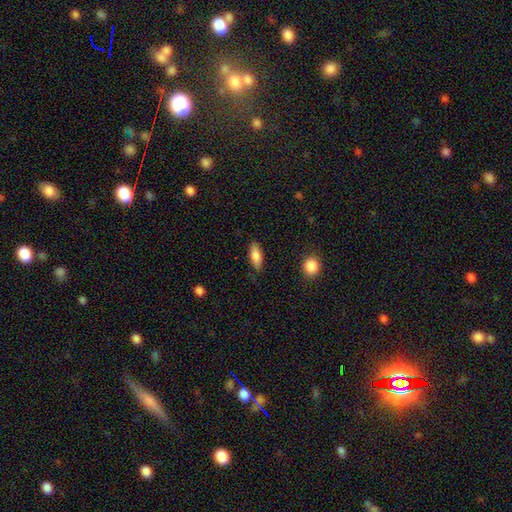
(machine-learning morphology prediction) type=smooth (83%); roundness=in between (74%); merging=none (83%).